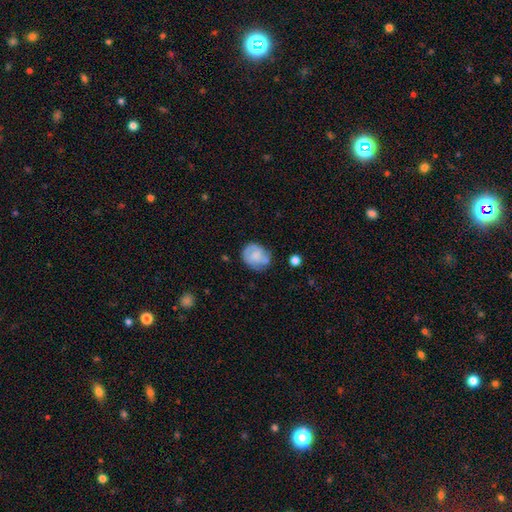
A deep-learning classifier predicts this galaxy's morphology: A smooth galaxy with no disk features (55%) that is round (60%).

Vote fractions:
- Smooth or featured? smooth: 55% / featured or disk: 37% / star or artifact: 8%
- How rounded? round: 60% / in between: 39% / cigar-shaped: 1%
- Merging? none: 58% / minor disturbance: 27% / major disturbance: 11% / merger: 5%